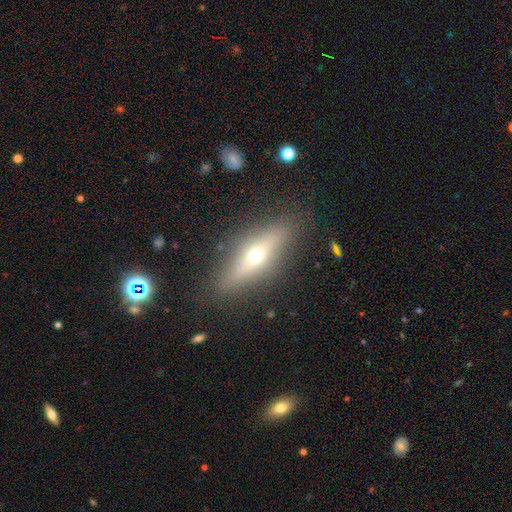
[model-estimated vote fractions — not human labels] Morphology: type=featured or disk (54%); edge-on=yes (82%); merging=none (84%).